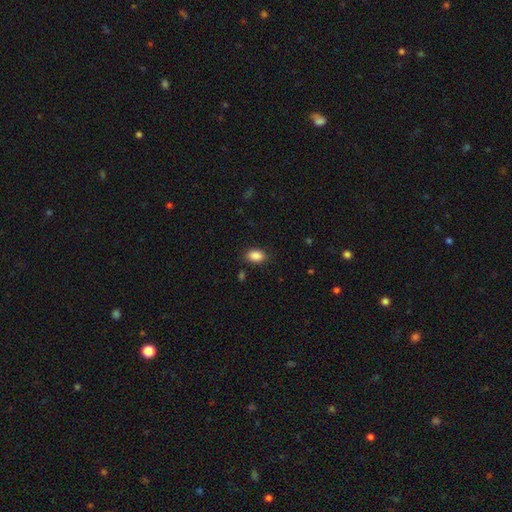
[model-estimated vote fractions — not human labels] Overall: smooth (89%). How rounded: in between (86%). Merging: none (85%).